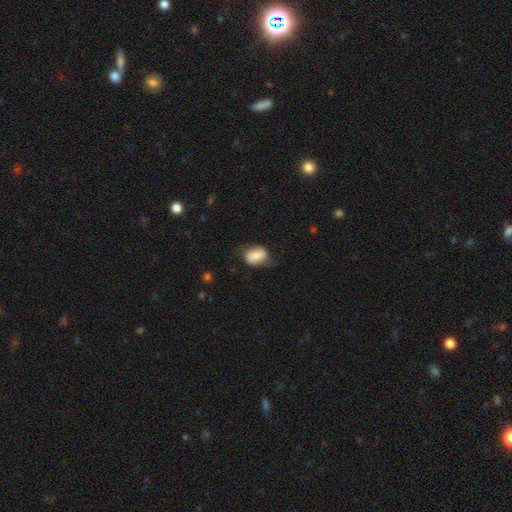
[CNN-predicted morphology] smooth_or_featured: smooth (p=0.62) [alt: featured or disk p=0.30]
how_rounded: in between (p=0.76) [alt: round p=0.22]
merging: none (p=0.57) [alt: minor disturbance p=0.29]